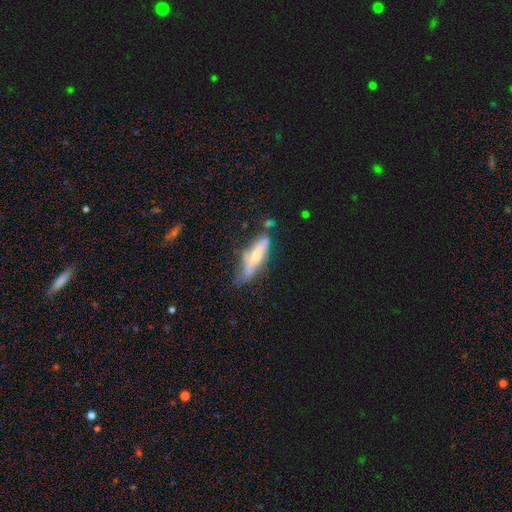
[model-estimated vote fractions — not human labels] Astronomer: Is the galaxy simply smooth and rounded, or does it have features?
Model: featured or disk — 55% (runner-up: smooth, 39%).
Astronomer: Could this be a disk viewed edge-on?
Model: yes — 65%.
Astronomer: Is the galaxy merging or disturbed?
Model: none — 51% (runner-up: minor disturbance, 30%).